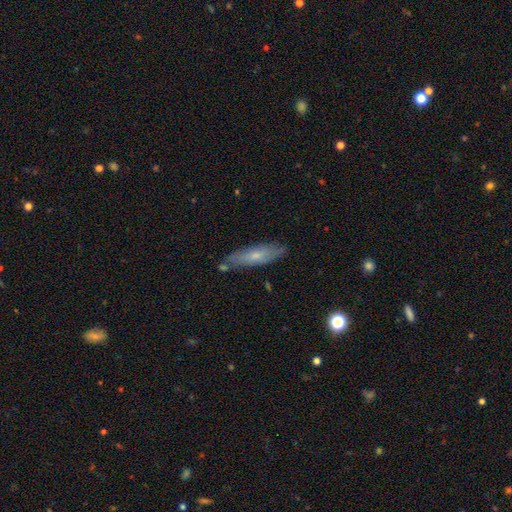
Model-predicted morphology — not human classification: Smooth or featured?
  - smooth: 57% *
  - featured or disk: 36%
  - star or artifact: 6%
How rounded?
  - cigar-shaped: 65% *
  - in between: 33%
  - round: 2%
Merging?
  - none: 78% *
  - minor disturbance: 15%
  - merger: 4%
  - major disturbance: 3%